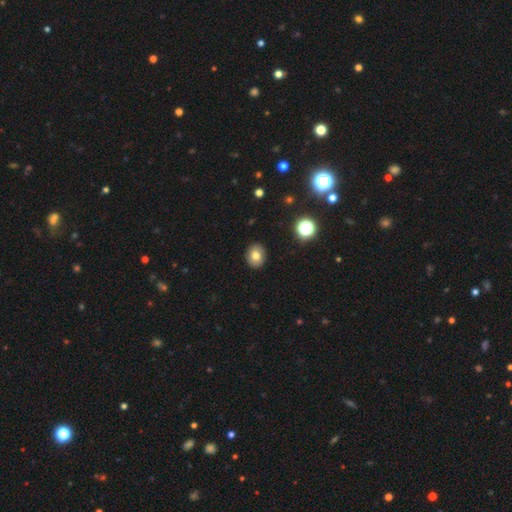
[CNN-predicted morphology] A smooth galaxy with no disk features (77%) that is round (57%). Merging: none (90%).